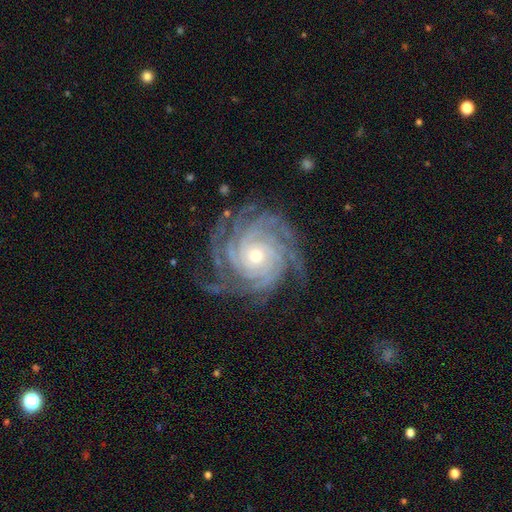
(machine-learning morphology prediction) Smooth or featured? Predicted: featured or disk (p=0.92). Edge-on disk? Predicted: no (p=0.98). Bar? Predicted: no (p=0.74). Spiral arms? Predicted: yes (p=0.99). Spiral winding? Predicted: tight (p=0.82). Spiral arm count? Predicted: more than 4 (p=0.32). Bulge size? Predicted: small (p=0.56). Merging? Predicted: none (p=0.78).